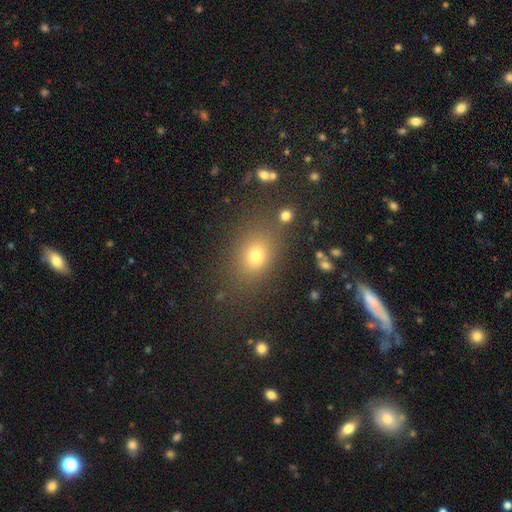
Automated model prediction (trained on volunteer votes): A smooth galaxy with no disk features (73%) that is in between round and cigar-shaped (64%). Merging: none (79%).